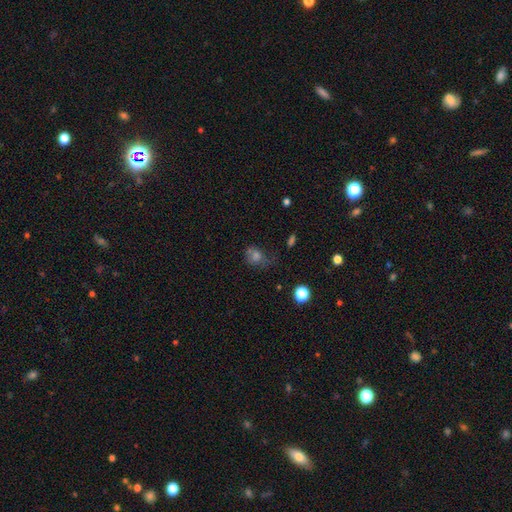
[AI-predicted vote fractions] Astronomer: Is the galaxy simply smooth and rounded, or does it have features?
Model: smooth — 56%.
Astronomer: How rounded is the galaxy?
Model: round — 51% (runner-up: in between, 47%).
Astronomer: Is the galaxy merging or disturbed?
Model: none — 40% (runner-up: major disturbance, 29%).